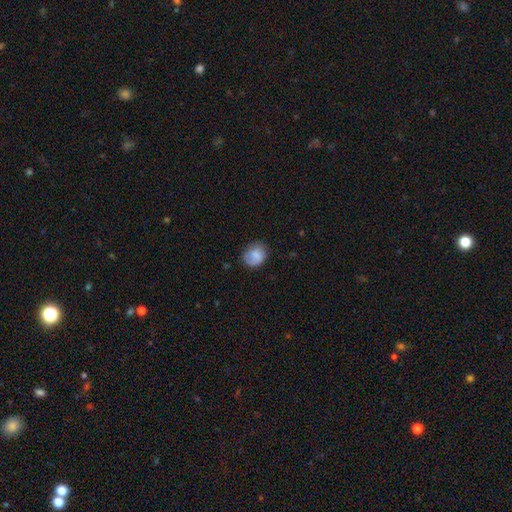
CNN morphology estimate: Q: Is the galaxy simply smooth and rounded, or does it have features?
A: smooth — 82%.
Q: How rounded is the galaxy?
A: round — 61%.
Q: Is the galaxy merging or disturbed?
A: none — 72%.